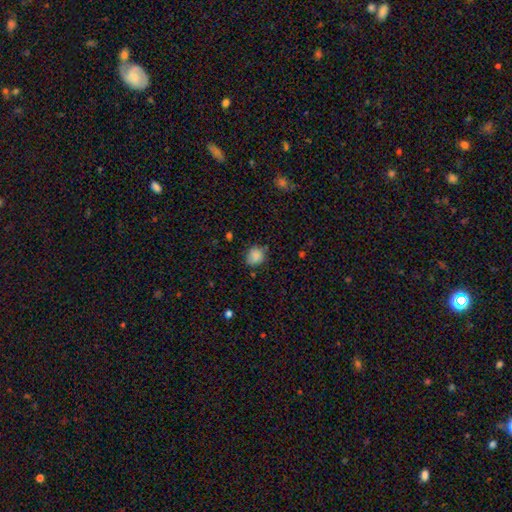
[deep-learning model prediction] A smooth galaxy with no disk features (84%) that is round (71%). Merging: none (72%).